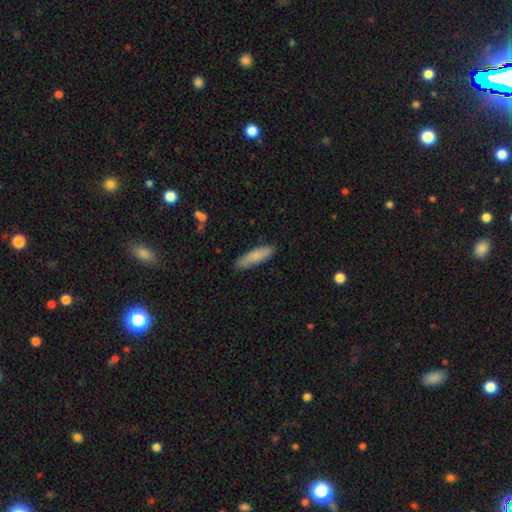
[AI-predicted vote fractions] smooth-or-featured: smooth: 79% | featured or disk: 15% | star or artifact: 6%
  how-rounded: cigar-shaped: 65% | in between: 33% | round: 2%
  merging: none: 85% | minor disturbance: 12% | major disturbance: 2% | merger: 1%